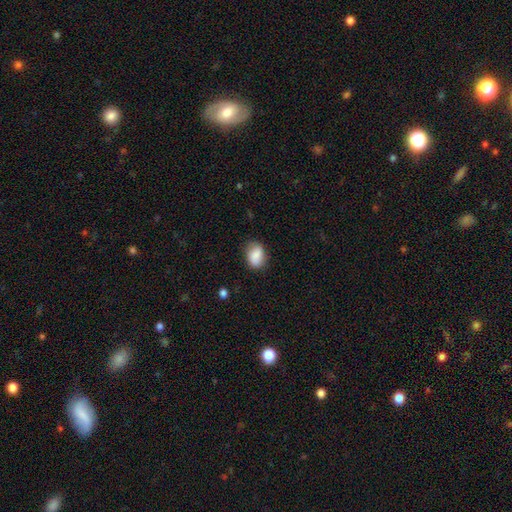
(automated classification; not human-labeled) Smooth or featured? smooth (87%)
How rounded? in between (80%)
Merging? none (75%)